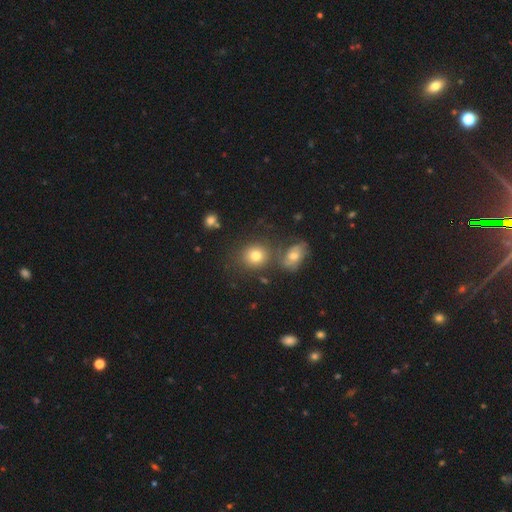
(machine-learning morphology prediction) smooth_or_featured: smooth (p=0.76) [alt: featured or disk p=0.12]
how_rounded: round (p=0.75) [alt: in between p=0.24]
merging: none (p=0.66) [alt: merger p=0.18]